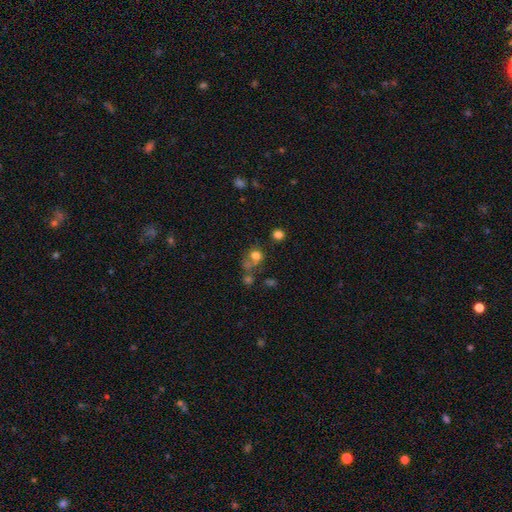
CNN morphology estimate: This is likely a smooth galaxy (70%). How rounded: likely round (76%). Merging: marginally none (42%).